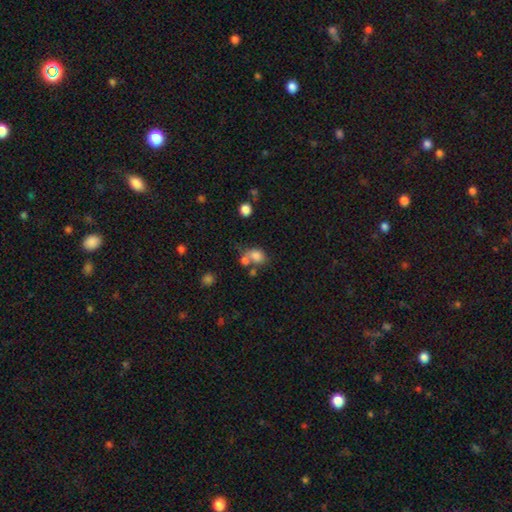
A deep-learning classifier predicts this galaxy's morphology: Q: Smooth or featured?
A: smooth (79%); runner-up: star or artifact (12%)
Q: How rounded?
A: in between (54%); runner-up: round (44%)
Q: Merging?
A: none (41%); runner-up: merger (38%)